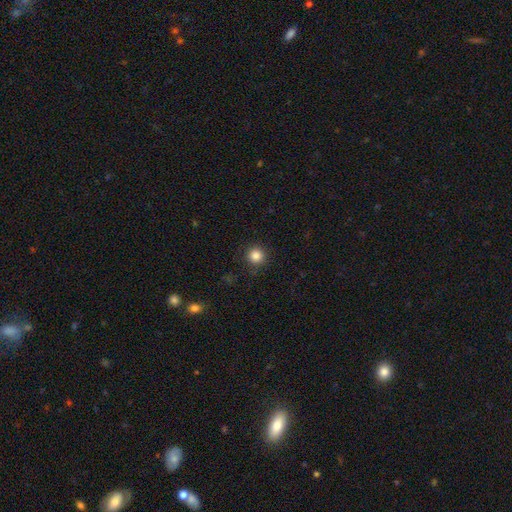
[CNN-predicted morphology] Smooth or featured? Predicted: smooth (p=0.85). How rounded? Predicted: round (p=0.95). Merging? Predicted: none (p=0.90).